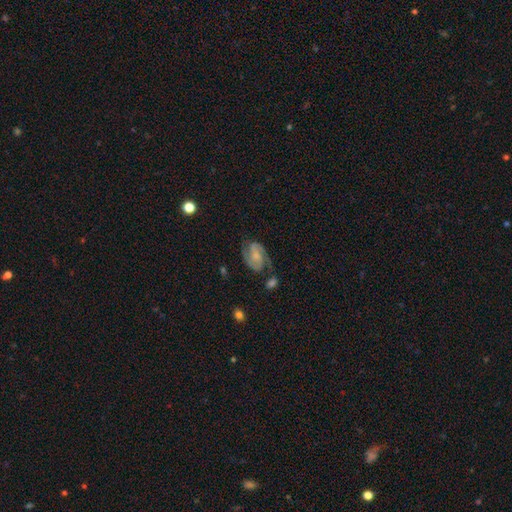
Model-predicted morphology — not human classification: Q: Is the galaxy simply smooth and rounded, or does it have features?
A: featured or disk — 77%.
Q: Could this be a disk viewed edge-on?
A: no — 97%.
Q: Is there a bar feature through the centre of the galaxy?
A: no — 51%.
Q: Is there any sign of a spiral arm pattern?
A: yes — 94%.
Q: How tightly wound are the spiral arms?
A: medium — 50%.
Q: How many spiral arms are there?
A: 2 — 86%.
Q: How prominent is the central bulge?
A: small — 35%.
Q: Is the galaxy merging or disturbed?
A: none — 61%.